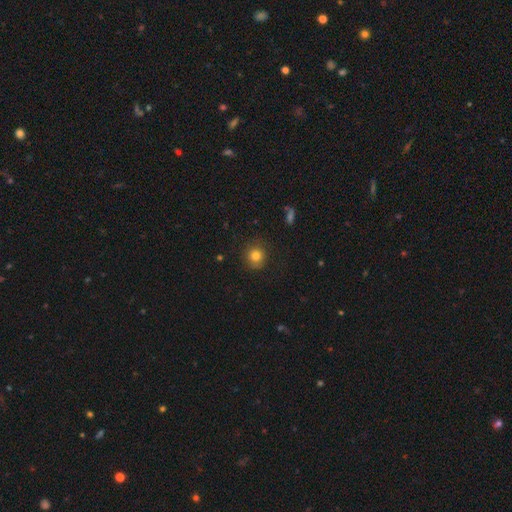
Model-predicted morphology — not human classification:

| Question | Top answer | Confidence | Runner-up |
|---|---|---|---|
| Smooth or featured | smooth | 81% | star or artifact (12%) |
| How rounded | round | 90% | in between (9%) |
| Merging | none | 84% | minor disturbance (11%) |